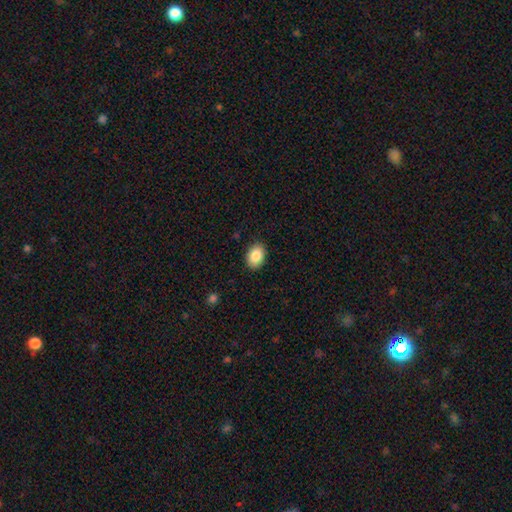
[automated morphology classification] Smooth or featured?
  - smooth: 87% *
  - star or artifact: 8%
  - featured or disk: 6%
How rounded?
  - in between: 81% *
  - round: 18%
  - cigar-shaped: 1%
Merging?
  - none: 89% *
  - minor disturbance: 8%
  - major disturbance: 2%
  - merger: 1%